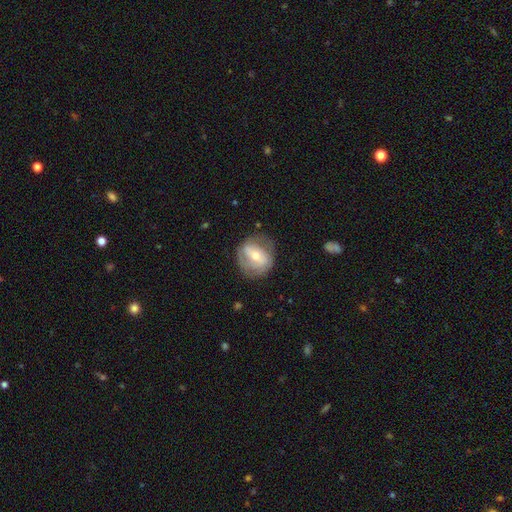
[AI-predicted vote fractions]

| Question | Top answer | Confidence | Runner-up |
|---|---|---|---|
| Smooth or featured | featured or disk | 55% | smooth (38%) |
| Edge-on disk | no | 94% | yes (6%) |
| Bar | weak | 34% | tied: strong (34%) |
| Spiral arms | yes | 50% | tied: no (50%) |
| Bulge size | moderate | 57% | small (36%) |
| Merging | none | 66% | minor disturbance (21%) |